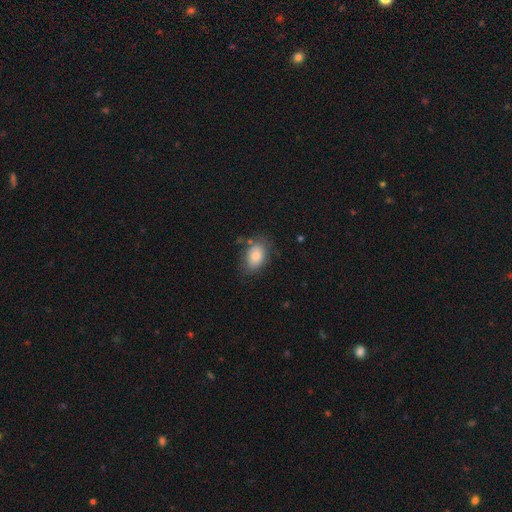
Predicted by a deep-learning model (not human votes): Smooth or featured?
  - smooth: 82% *
  - featured or disk: 10%
  - star or artifact: 8%
How rounded?
  - in between: 87% *
  - round: 12%
  - cigar-shaped: 1%
Merging?
  - none: 73% *
  - minor disturbance: 18%
  - major disturbance: 5%
  - merger: 3%